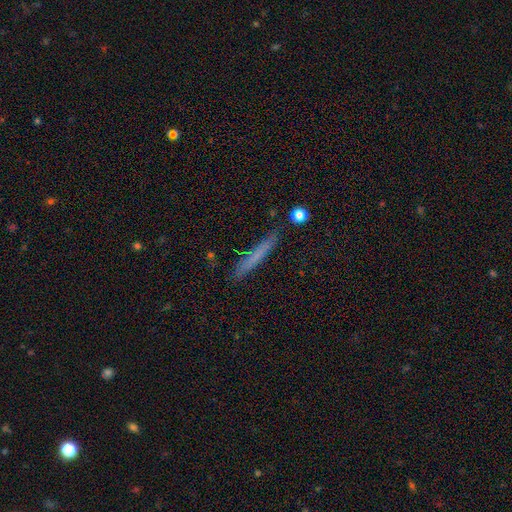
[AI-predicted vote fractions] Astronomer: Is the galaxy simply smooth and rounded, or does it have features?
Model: smooth — 63%.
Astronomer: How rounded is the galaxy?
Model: cigar-shaped — 96%.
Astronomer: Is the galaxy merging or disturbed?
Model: none — 84%.